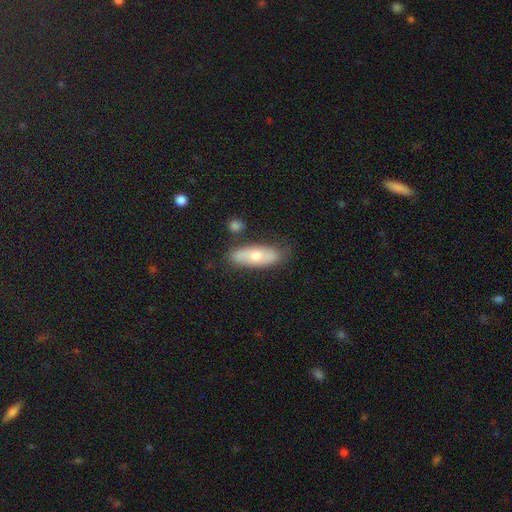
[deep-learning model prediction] Q: Smooth or featured?
A: smooth (62%); runner-up: featured or disk (32%)
Q: How rounded?
A: in between (66%); runner-up: cigar-shaped (31%)
Q: Merging?
A: none (77%); runner-up: minor disturbance (15%)